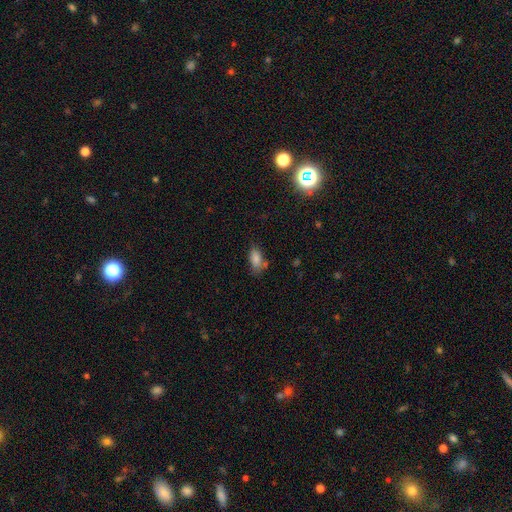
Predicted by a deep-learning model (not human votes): This is likely a smooth galaxy (67%). How rounded: clearly in between (86%). Merging: likely none (66%).